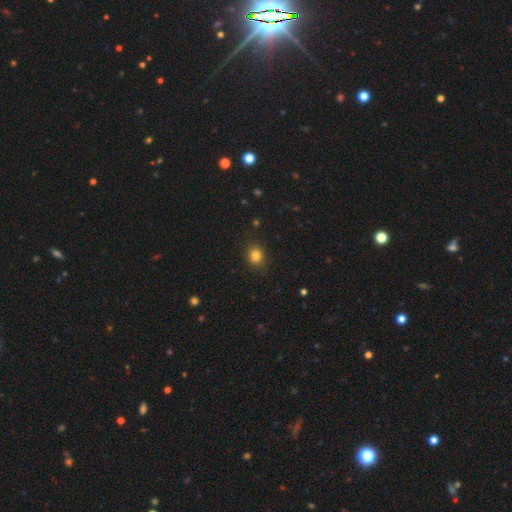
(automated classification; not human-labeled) The model was most divided on "how rounded": round: 70%, in between: 29%, cigar-shaped: 1%. More confident: merging — none (88%); smooth or featured — smooth (83%).